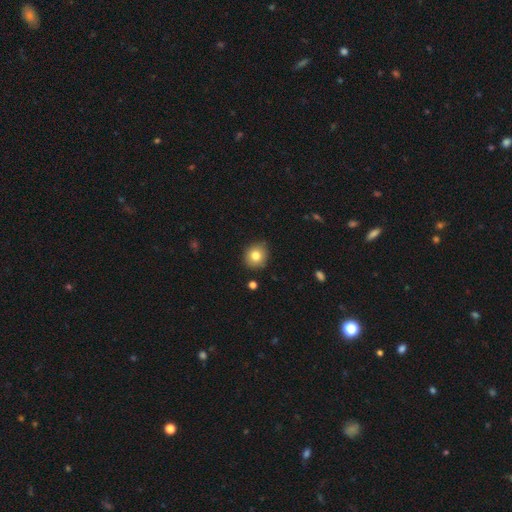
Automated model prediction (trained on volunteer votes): smooth 80%, star or artifact 10%, featured or disk 10%. Down the decision tree: how rounded — round (81%); merging — none (85%).